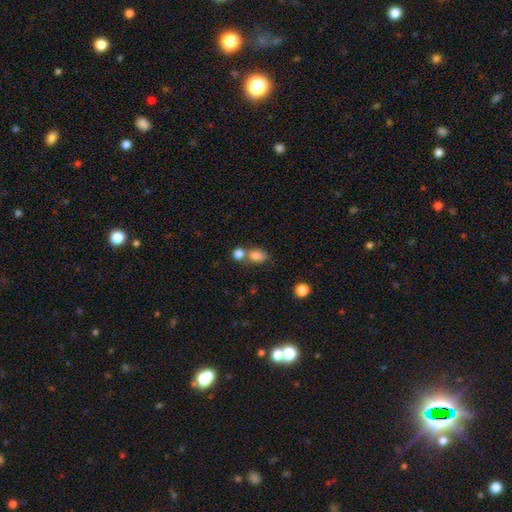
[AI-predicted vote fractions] Smooth or featured? smooth (80%)
How rounded? in between (68%)
Merging? none (42%)